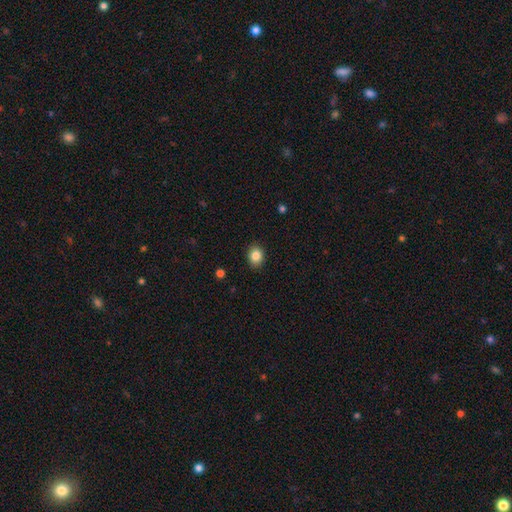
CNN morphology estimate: This appears to be a smooth galaxy with no disk features (85%) that is round (51%). Merging: none (89%).